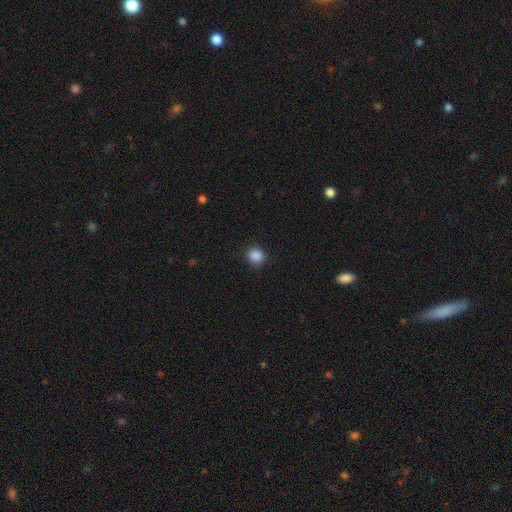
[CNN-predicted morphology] smooth_or_featured: smooth (p=0.87) [alt: star or artifact p=0.10]
how_rounded: round (p=0.81) [alt: in between p=0.18]
merging: none (p=0.88) [alt: minor disturbance p=0.08]